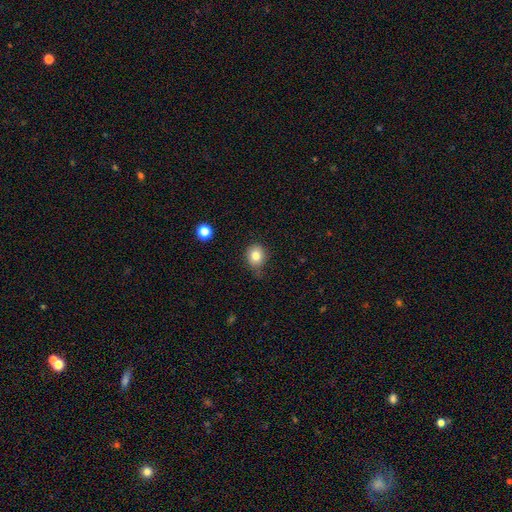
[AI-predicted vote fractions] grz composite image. It shows a smooth galaxy with no disk features (81%) that is round (72%). Merging: none (64%).